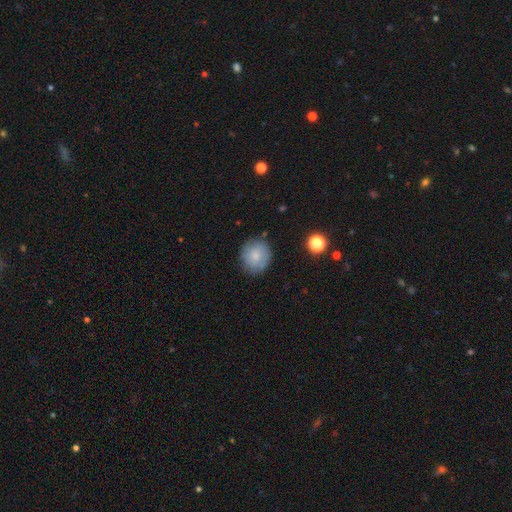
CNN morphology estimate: A smooth galaxy with no disk features (73%) that is round (84%).

Vote fractions:
- Smooth or featured? smooth: 73% / featured or disk: 19% / star or artifact: 8%
- How rounded? round: 84% / in between: 15% / cigar-shaped: 1%
- Merging? none: 79% / minor disturbance: 15% / major disturbance: 4% / merger: 2%